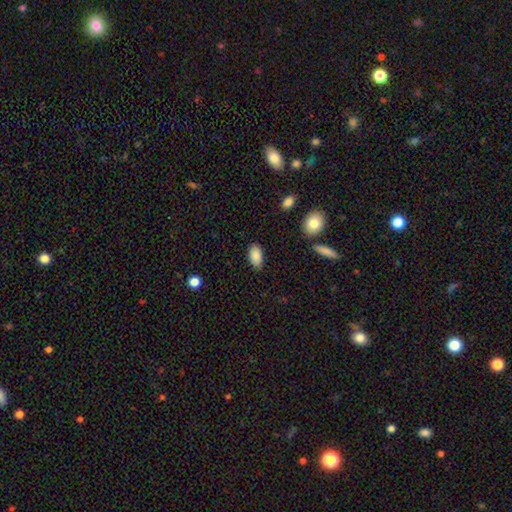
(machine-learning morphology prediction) Q: Smooth or featured?
A: smooth (88%); runner-up: star or artifact (7%)
Q: How rounded?
A: in between (94%); runner-up: round (4%)
Q: Merging?
A: none (86%); runner-up: minor disturbance (10%)